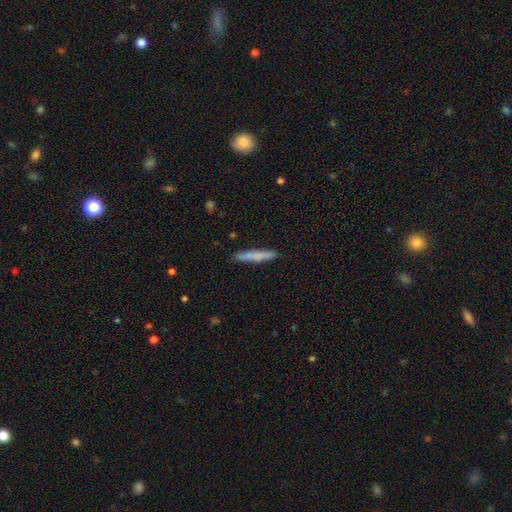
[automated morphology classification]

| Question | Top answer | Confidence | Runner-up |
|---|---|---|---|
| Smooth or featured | smooth | 68% | featured or disk (26%) |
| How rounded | cigar-shaped | 93% | in between (5%) |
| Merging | none | 85% | minor disturbance (10%) |